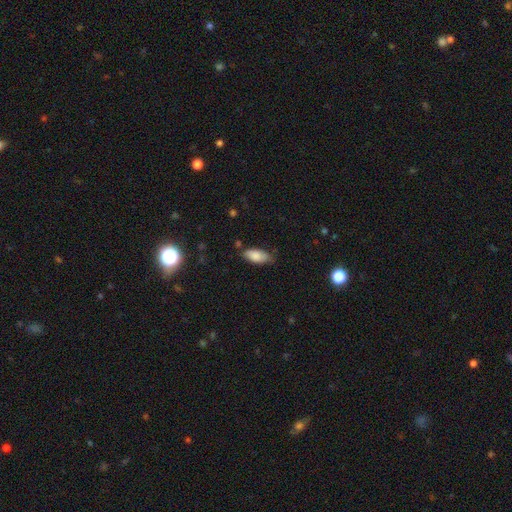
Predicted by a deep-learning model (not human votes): This is clearly a smooth galaxy (81%). How rounded: clearly in between (88%). Merging: likely none (68%).